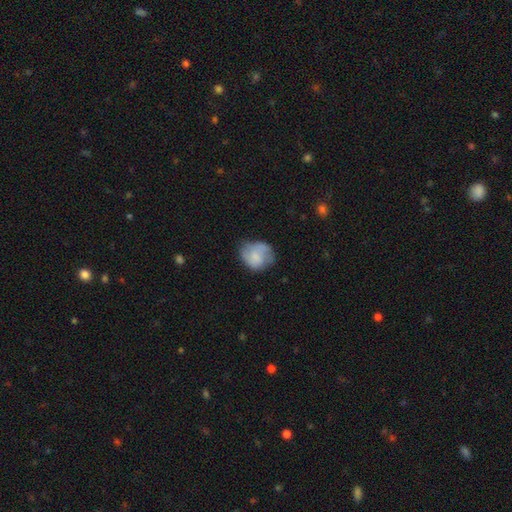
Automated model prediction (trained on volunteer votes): Smooth or featured: smooth — 61% (featured or disk — 31%)
How rounded: round — 64% (in between — 35%)
Merging: none — 52% (minor disturbance — 30%)